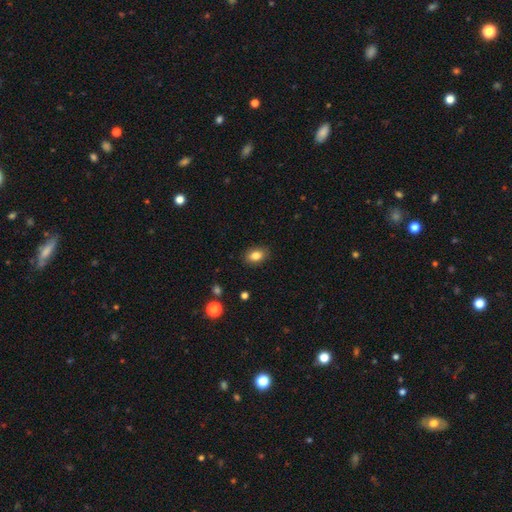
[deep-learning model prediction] Smooth or featured? Predicted: smooth (p=0.84). How rounded? Predicted: in between (p=0.80). Merging? Predicted: none (p=0.87).